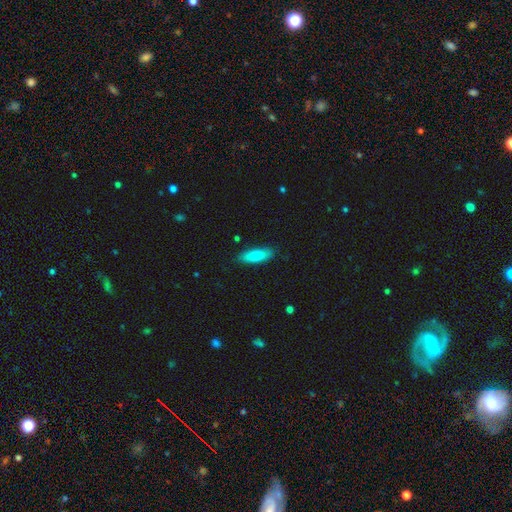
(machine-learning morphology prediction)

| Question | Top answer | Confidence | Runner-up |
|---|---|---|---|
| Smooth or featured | smooth | 80% | featured or disk (14%) |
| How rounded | in between | 49% | tied: cigar-shaped (49%) |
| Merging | none | 85% | minor disturbance (12%) |